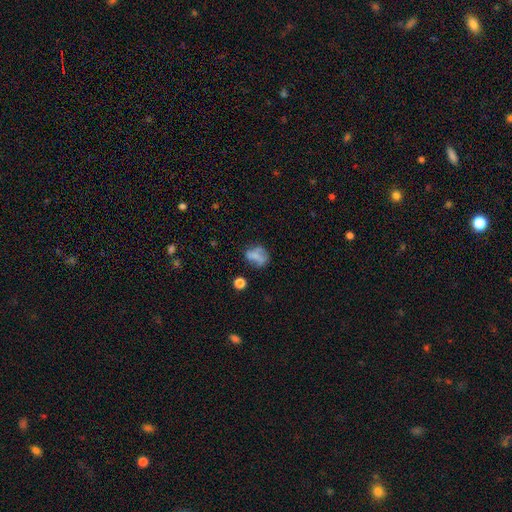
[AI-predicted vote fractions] The model was most divided on "merging": none: 43%, minor disturbance: 25%, major disturbance: 21%, merger: 11%. More confident: how rounded — in between (60%); smooth or featured — smooth (54%).